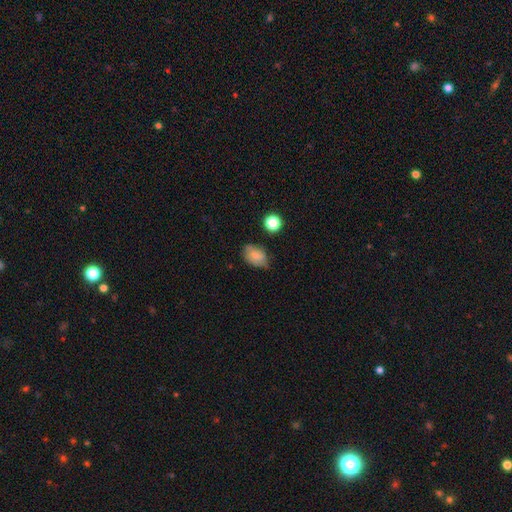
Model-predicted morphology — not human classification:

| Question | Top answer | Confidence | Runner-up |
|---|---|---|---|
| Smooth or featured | smooth | 73% | featured or disk (17%) |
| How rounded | in between | 81% | round (18%) |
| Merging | none | 62% | minor disturbance (29%) |